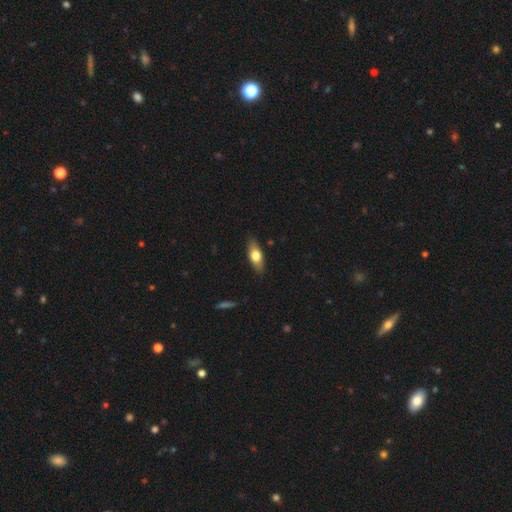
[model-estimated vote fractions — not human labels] smooth_or_featured: smooth (p=0.65) [alt: featured or disk p=0.29]
how_rounded: in between (p=0.73) [alt: cigar-shaped p=0.23]
merging: none (p=0.87) [alt: minor disturbance p=0.10]